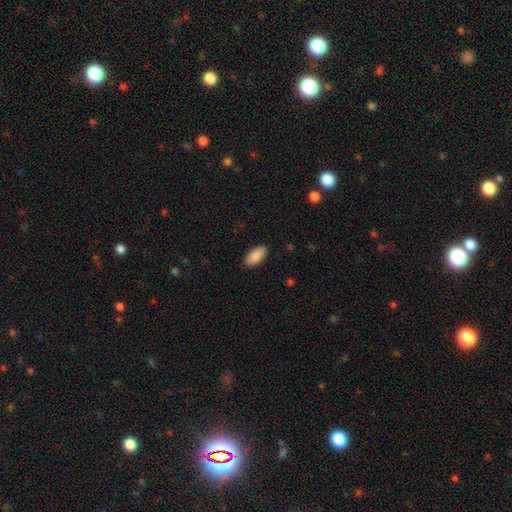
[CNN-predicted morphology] smooth 90%, star or artifact 6%, featured or disk 4%. Down the decision tree: how rounded — in between (92%); merging — none (88%).